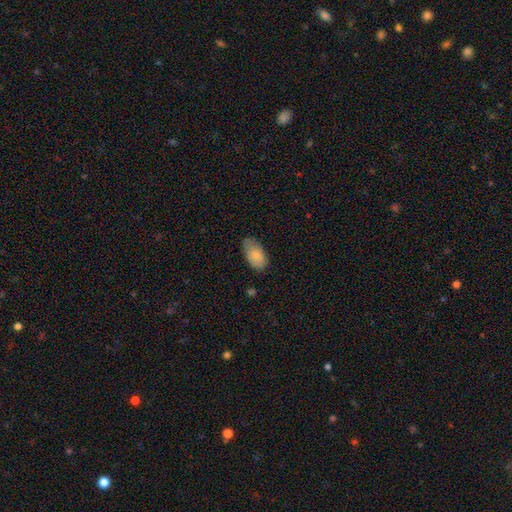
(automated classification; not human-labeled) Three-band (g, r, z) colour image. It shows a smooth galaxy with no disk features (84%) that is in between round and cigar-shaped (94%). Merging: none (68%).